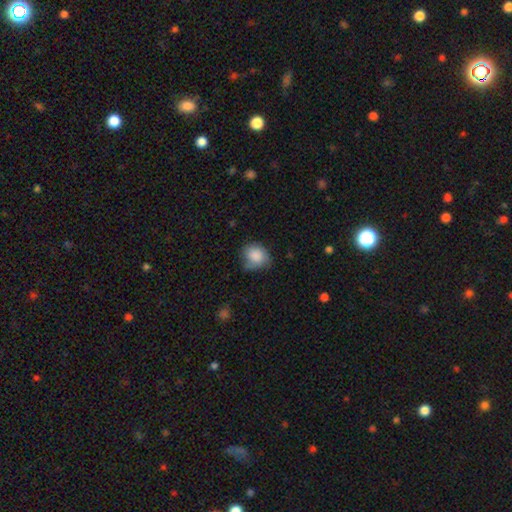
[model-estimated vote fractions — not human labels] Q: Smooth or featured?
A: smooth (84%); runner-up: featured or disk (8%)
Q: How rounded?
A: round (69%); runner-up: in between (30%)
Q: Merging?
A: none (58%); runner-up: minor disturbance (32%)